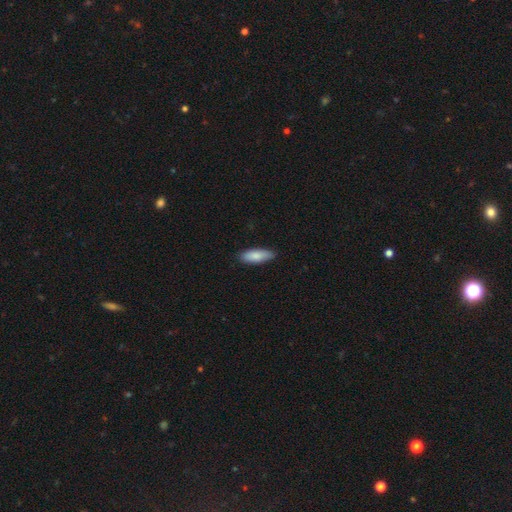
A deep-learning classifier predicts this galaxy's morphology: smooth_or_featured: smooth (p=0.85) [alt: featured or disk p=0.10]
how_rounded: in between (p=0.67) [alt: cigar-shaped p=0.32]
merging: none (p=0.85) [alt: minor disturbance p=0.12]